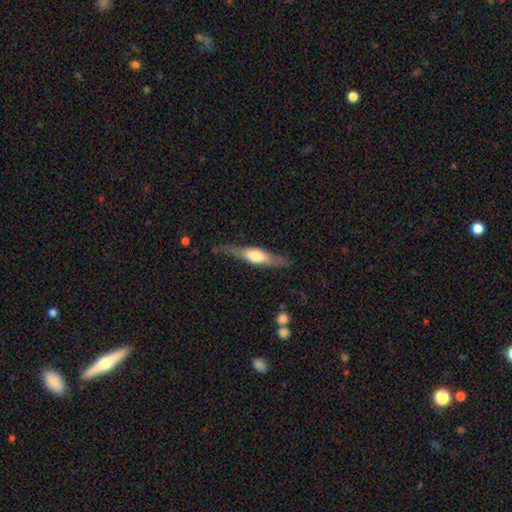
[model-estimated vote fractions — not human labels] This is possibly a featured or disk galaxy (59%). It is clearly viewed edge-on (92%). Edge-on bulge: clearly rounded (84%). Merging: likely none (78%).